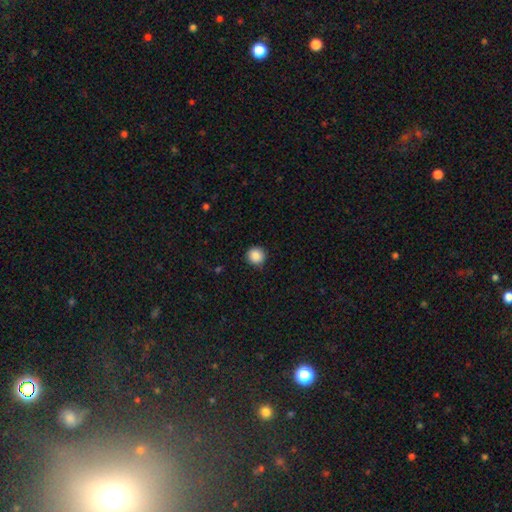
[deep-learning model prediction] This appears to be a smooth galaxy with no disk features (88%) that is round (95%). Merging: none (89%).